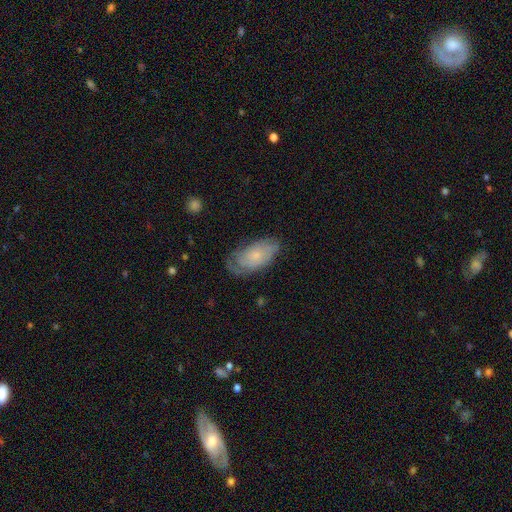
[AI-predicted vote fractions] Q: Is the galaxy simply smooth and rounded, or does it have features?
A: featured or disk — 47%.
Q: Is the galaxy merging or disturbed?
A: none — 56%.